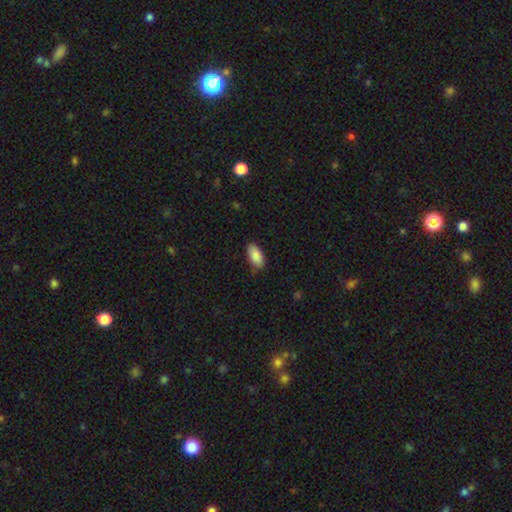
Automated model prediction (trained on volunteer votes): Smooth or featured? smooth (88%)
How rounded? in between (93%)
Merging? none (79%)